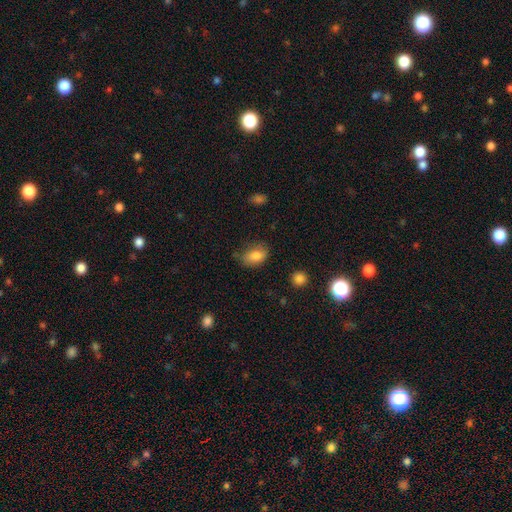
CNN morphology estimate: Q: Smooth or featured?
A: smooth (83%); runner-up: star or artifact (8%)
Q: How rounded?
A: in between (85%); runner-up: round (13%)
Q: Merging?
A: none (60%); runner-up: minor disturbance (30%)